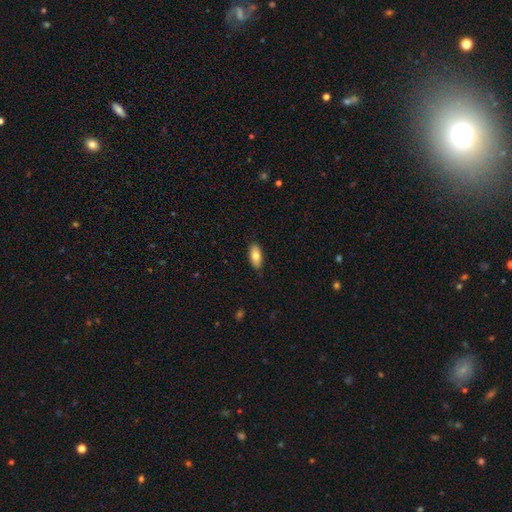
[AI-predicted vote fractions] Q: Smooth or featured?
A: smooth (78%); runner-up: featured or disk (16%)
Q: How rounded?
A: in between (88%); runner-up: cigar-shaped (9%)
Q: Merging?
A: none (86%); runner-up: minor disturbance (11%)